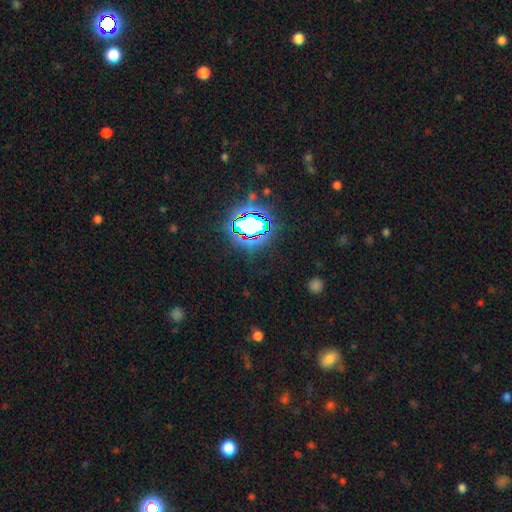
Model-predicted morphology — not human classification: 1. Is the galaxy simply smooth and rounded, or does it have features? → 81% star or artifact, 12% smooth, 7% featured or disk.